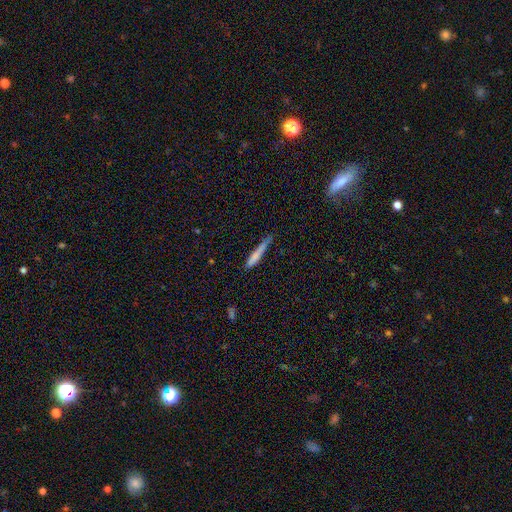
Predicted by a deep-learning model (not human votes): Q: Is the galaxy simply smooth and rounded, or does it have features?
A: smooth — 74%.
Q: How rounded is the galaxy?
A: cigar-shaped — 93%.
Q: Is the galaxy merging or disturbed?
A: none — 55%.